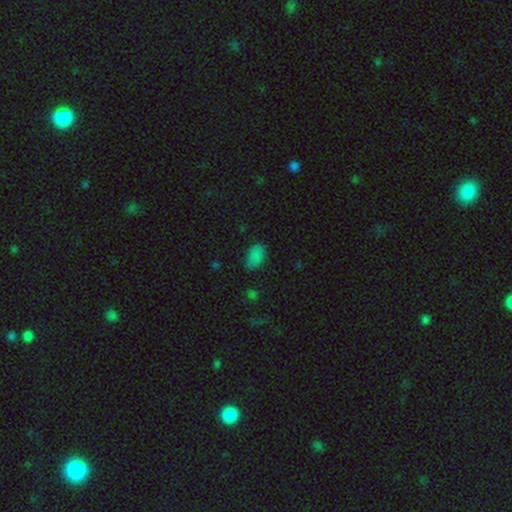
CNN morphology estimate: This appears to be a smooth galaxy with no disk features (80%) that is in between round and cigar-shaped (91%). Merging: none (70%).